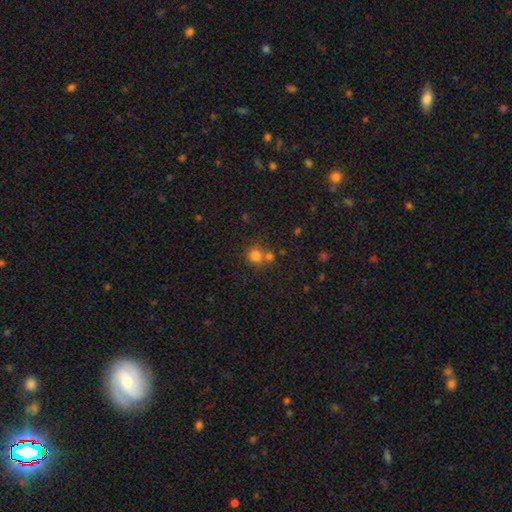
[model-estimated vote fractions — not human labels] Smooth or featured? Predicted: smooth (p=0.79). How rounded? Predicted: round (p=0.89). Merging? Predicted: none (p=0.58).